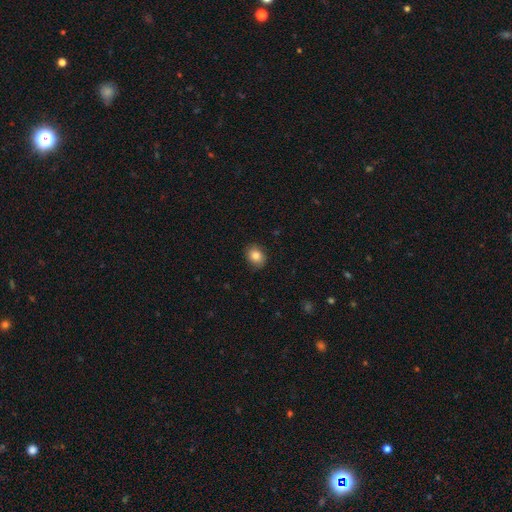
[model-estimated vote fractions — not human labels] This is clearly a smooth galaxy (84%). How rounded: possibly in between (50%). Merging: clearly none (87%).